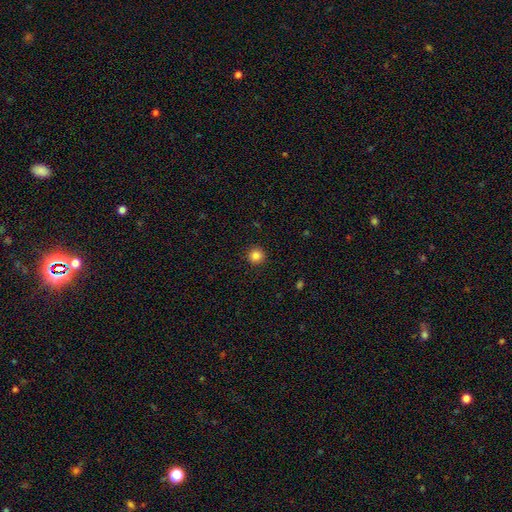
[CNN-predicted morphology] smooth-or-featured: smooth: 84% | star or artifact: 12% | featured or disk: 4%
  how-rounded: round: 94% | in between: 5% | cigar-shaped: 1%
  merging: none: 92% | minor disturbance: 5% | major disturbance: 2% | merger: 1%